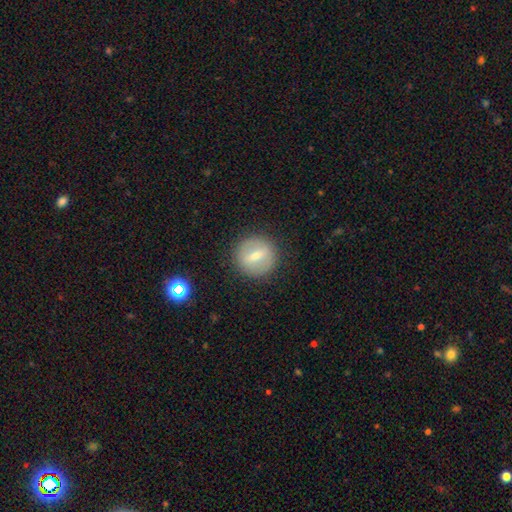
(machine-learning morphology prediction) smooth_or_featured: smooth (p=0.50) [alt: featured or disk p=0.42]
merging: none (p=0.87) [alt: minor disturbance p=0.08]